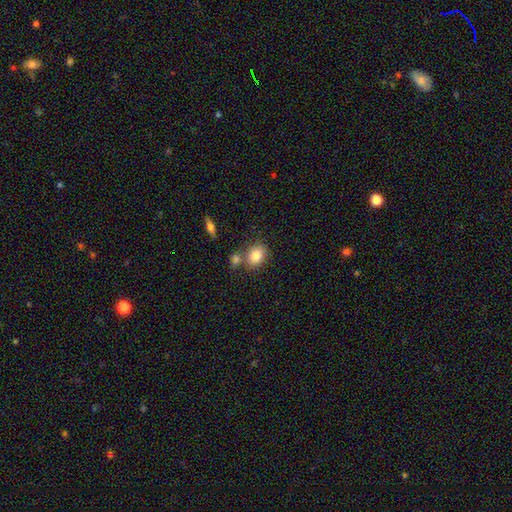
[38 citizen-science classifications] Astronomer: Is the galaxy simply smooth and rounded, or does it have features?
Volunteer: smooth — 82%.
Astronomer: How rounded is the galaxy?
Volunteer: in between — 68%.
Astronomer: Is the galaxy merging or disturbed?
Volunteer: none — 61%.